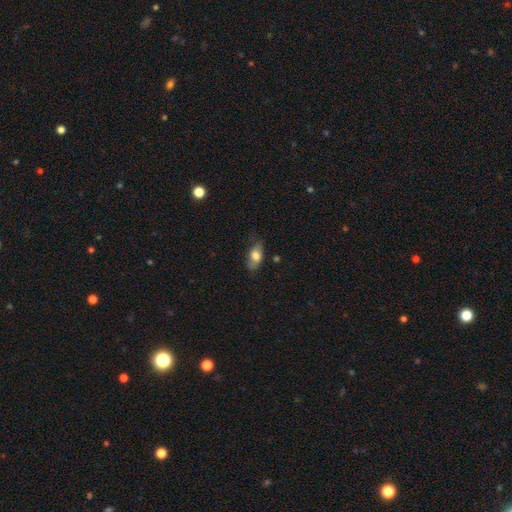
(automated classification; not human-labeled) Smooth or featured?
  - smooth: 71% *
  - featured or disk: 21%
  - star or artifact: 7%
How rounded?
  - in between: 83% *
  - cigar-shaped: 10%
  - round: 7%
Merging?
  - none: 69% *
  - minor disturbance: 24%
  - major disturbance: 6%
  - merger: 2%